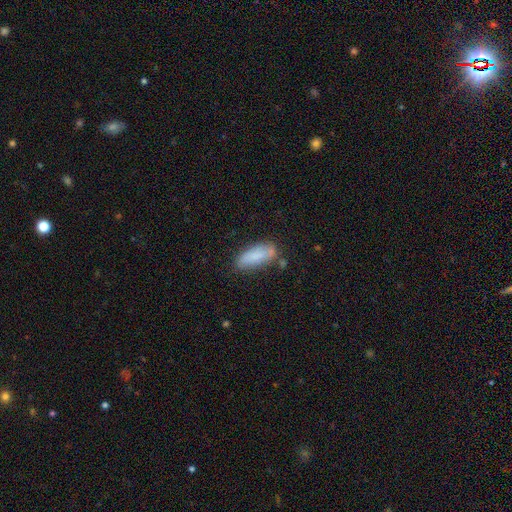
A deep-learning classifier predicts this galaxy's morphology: type=smooth (77%); roundness=in between (69%); merging=none (67%).